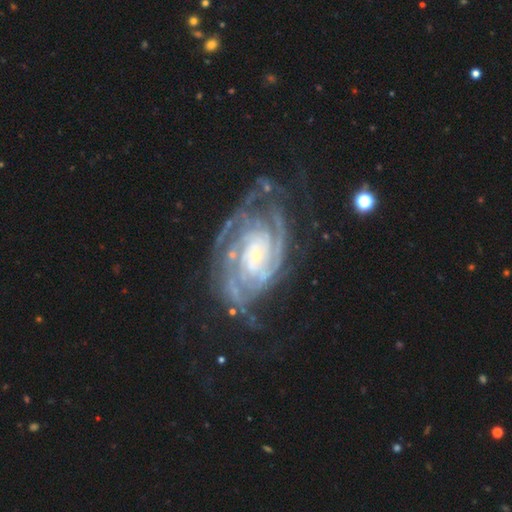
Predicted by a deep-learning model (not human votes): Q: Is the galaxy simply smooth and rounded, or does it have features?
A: featured or disk — 90%.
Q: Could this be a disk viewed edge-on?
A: no — 97%.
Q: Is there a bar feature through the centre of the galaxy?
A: no — 68%.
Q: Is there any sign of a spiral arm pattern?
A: yes — 97%.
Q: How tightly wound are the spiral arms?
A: tight — 72%.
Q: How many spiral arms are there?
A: can't tell — 26%.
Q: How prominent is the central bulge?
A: small — 76%.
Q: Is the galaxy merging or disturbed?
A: none — 61%.